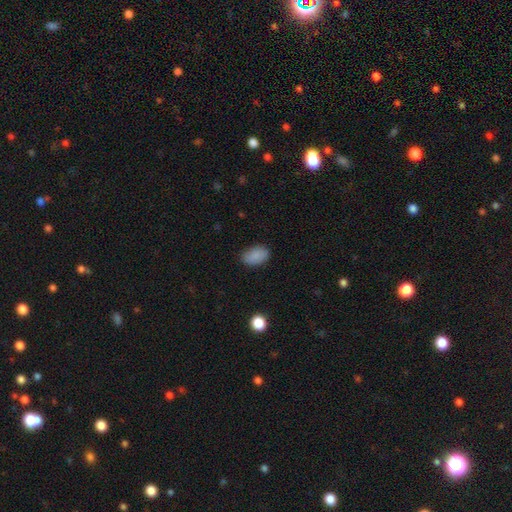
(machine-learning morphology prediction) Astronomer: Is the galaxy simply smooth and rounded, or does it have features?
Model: smooth — 88%.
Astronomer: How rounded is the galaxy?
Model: in between — 91%.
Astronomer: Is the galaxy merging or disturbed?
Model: none — 84%.